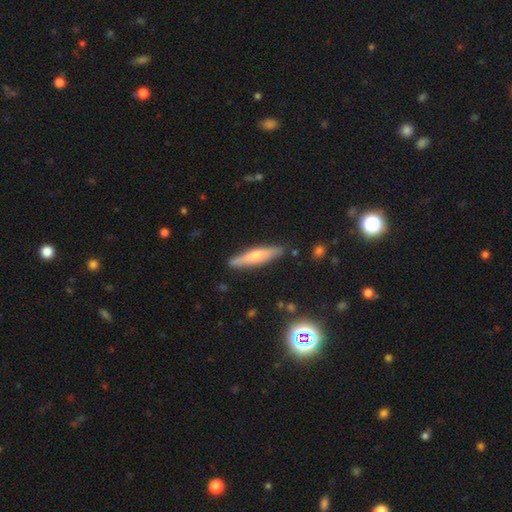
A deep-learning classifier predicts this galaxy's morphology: Smooth or featured? Predicted: featured or disk (p=0.48). Merging? Predicted: none (p=0.86).